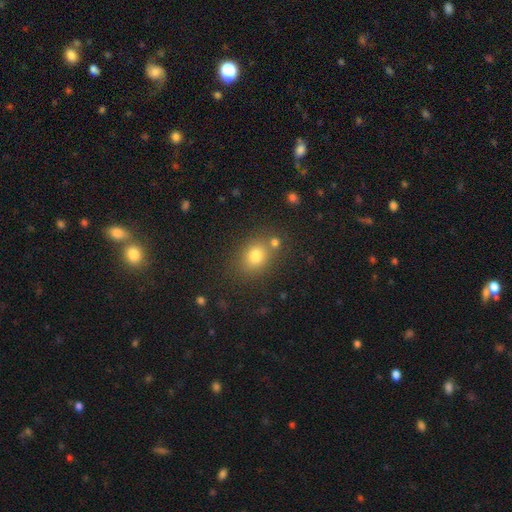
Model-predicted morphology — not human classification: This appears to be a smooth galaxy with no disk features (77%) that is round (55%). Merging: none (70%).